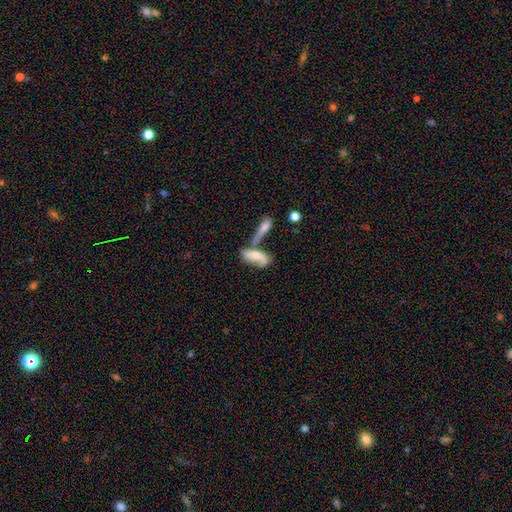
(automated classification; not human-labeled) Smooth or featured: smooth — 52% (featured or disk — 40%)
How rounded: in between — 69% (cigar-shaped — 27%)
Merging: merger — 52% (none — 25%)